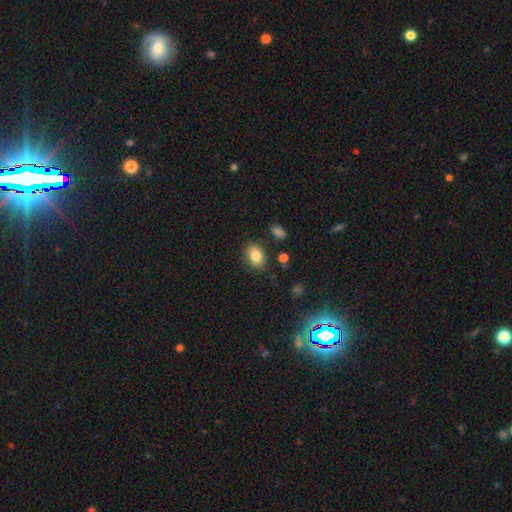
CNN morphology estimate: The model was most divided on "how rounded": in between: 73%, round: 26%, cigar-shaped: 1%. More confident: merging — none (84%); smooth or featured — smooth (84%).